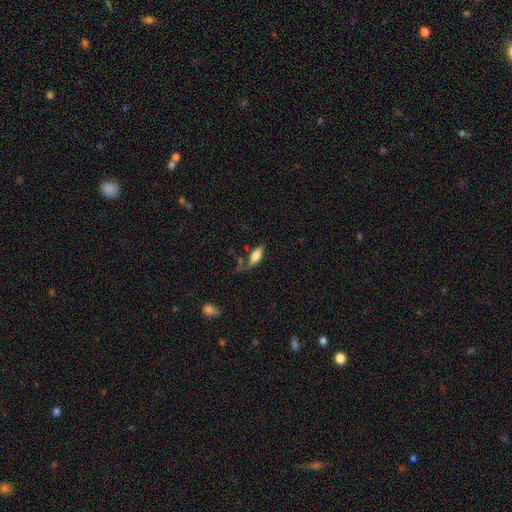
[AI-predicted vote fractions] A smooth galaxy with no disk features (68%) that is in between round and cigar-shaped (69%).

Vote fractions:
- Smooth or featured? smooth: 68% / featured or disk: 24% / star or artifact: 8%
- How rounded? in between: 69% / cigar-shaped: 28% / round: 3%
- Merging? none: 42% / minor disturbance: 25% / major disturbance: 21% / merger: 11%